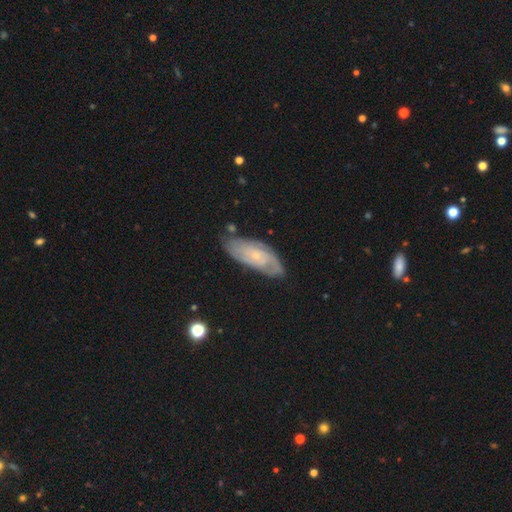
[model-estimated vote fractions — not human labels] The model was most divided on "spiral arm count": can't tell: 44%, 2: 35%, 3: 10%, 4: 4%, 1: 4%, more than 4: 3%. More confident: edge-on disk — no (90%); spiral arms — yes (88%); bulge size — small (78%); bar — no (72%); merging — none (72%); smooth or featured — featured or disk (68%); spiral winding — tight (58%).